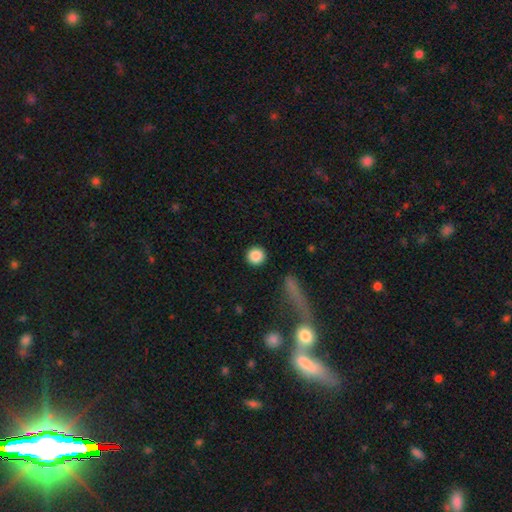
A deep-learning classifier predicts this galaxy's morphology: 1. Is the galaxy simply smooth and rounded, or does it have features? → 86% smooth, 9% star or artifact, 5% featured or disk.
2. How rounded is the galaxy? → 95% round, 4% in between, 1% cigar-shaped.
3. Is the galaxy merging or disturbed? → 91% none, 5% minor disturbance, 2% major disturbance, 2% merger.